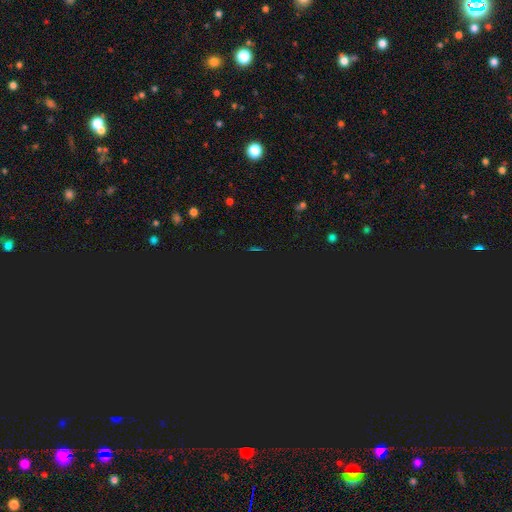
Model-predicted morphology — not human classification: Overall: star or artifact (73%).